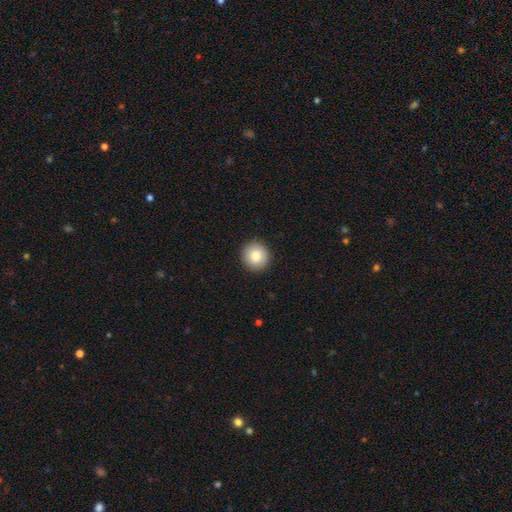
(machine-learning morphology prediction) Q: Smooth or featured?
A: smooth (83%); runner-up: featured or disk (9%)
Q: How rounded?
A: round (92%); runner-up: in between (7%)
Q: Merging?
A: none (92%); runner-up: minor disturbance (5%)